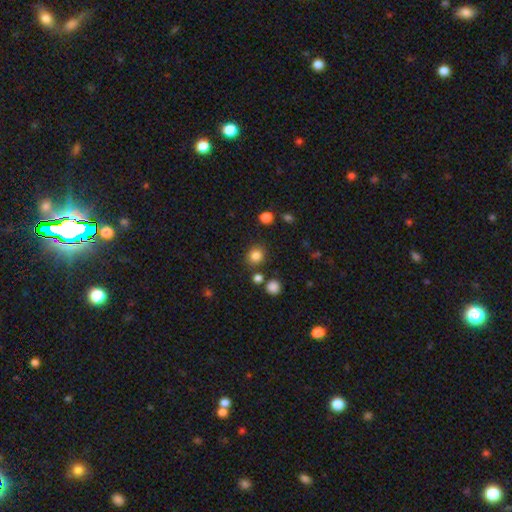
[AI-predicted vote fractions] Q: Smooth or featured?
A: smooth (83%); runner-up: star or artifact (12%)
Q: How rounded?
A: round (85%); runner-up: in between (14%)
Q: Merging?
A: none (84%); runner-up: minor disturbance (8%)